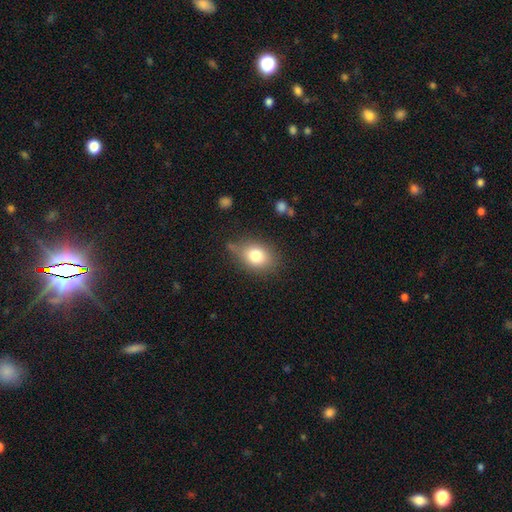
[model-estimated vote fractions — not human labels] Overall: smooth (78%). How rounded: in between (65%; round 33%). Merging: none (69%).